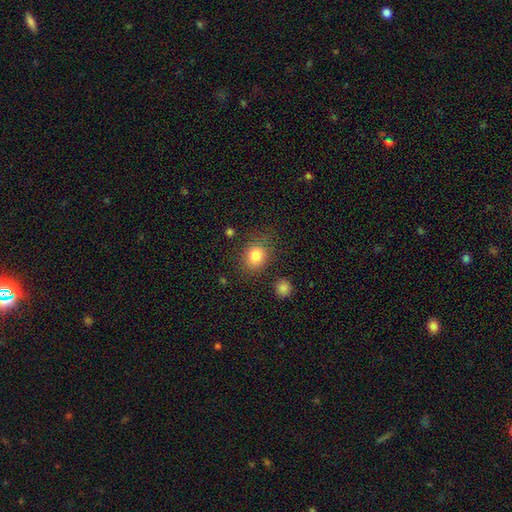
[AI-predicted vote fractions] smooth-or-featured: smooth: 82% | star or artifact: 11% | featured or disk: 7%
  how-rounded: round: 59% | in between: 39% | cigar-shaped: 1%
  merging: none: 77% | minor disturbance: 14% | major disturbance: 5% | merger: 4%